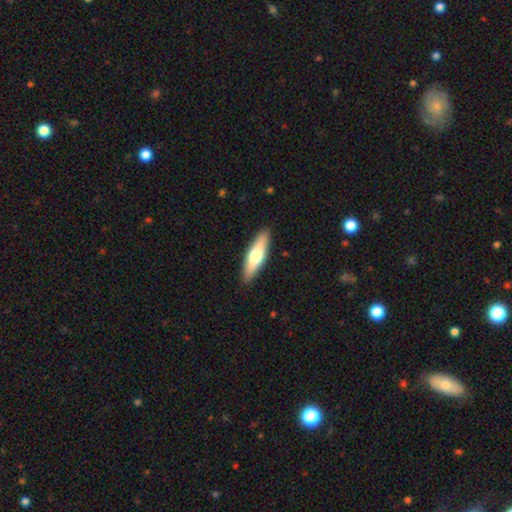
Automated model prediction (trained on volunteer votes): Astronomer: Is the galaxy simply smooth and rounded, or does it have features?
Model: smooth — 61%.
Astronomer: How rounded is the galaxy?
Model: cigar-shaped — 61% (runner-up: in between, 37%).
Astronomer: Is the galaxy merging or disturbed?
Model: none — 90%.